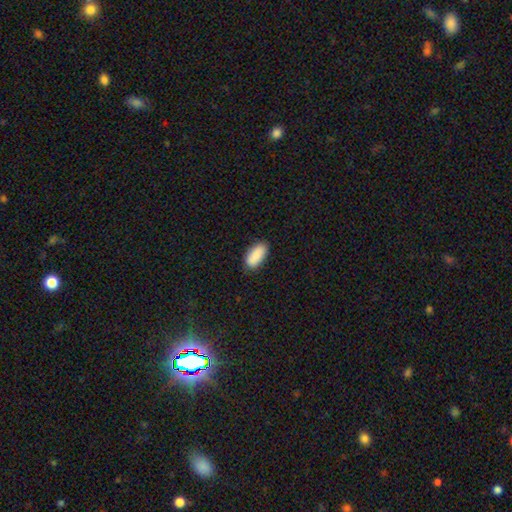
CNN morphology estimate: This is clearly a smooth galaxy (90%). How rounded: clearly in between (92%). Merging: clearly none (85%).